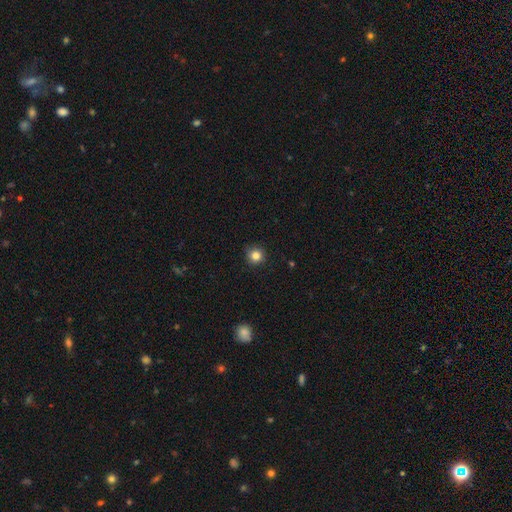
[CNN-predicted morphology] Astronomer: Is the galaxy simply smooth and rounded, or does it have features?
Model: smooth — 83%.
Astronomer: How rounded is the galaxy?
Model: round — 92%.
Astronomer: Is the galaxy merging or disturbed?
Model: none — 88%.